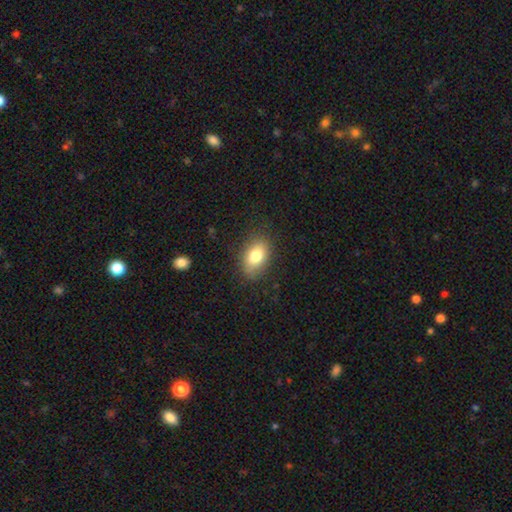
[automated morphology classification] Smooth or featured? smooth (80%)
How rounded? in between (85%)
Merging? none (82%)